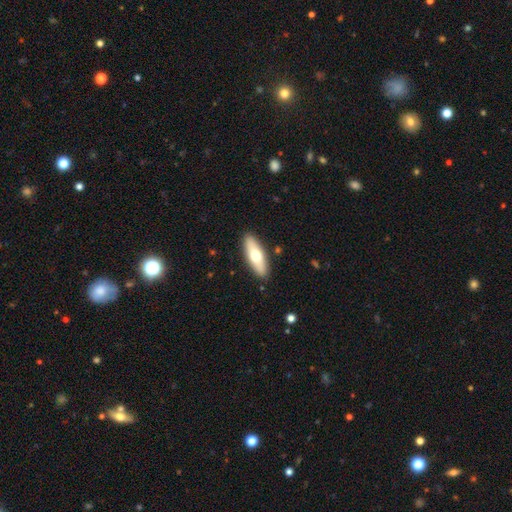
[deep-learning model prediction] Q: Smooth or featured?
A: smooth (61%); runner-up: featured or disk (34%)
Q: How rounded?
A: in between (58%); runner-up: cigar-shaped (39%)
Q: Merging?
A: none (90%); runner-up: minor disturbance (7%)